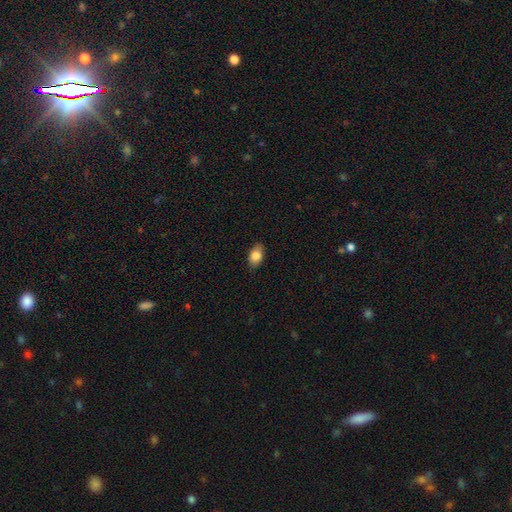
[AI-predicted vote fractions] smooth-or-featured: smooth: 85% | star or artifact: 8% | featured or disk: 7%
  how-rounded: in between: 87% | round: 11% | cigar-shaped: 2%
  merging: none: 85% | minor disturbance: 12% | major disturbance: 2% | merger: 1%